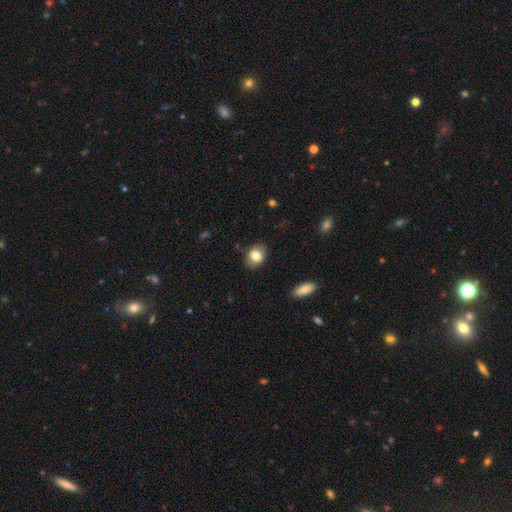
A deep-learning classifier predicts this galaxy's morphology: type=smooth (78%); roundness=in between (64%); merging=none (84%).